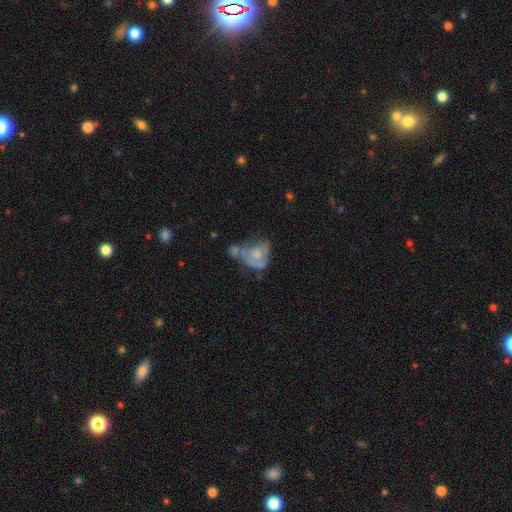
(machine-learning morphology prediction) Smooth or featured? Predicted: featured or disk (p=0.47). Merging? Predicted: merger (p=0.39).